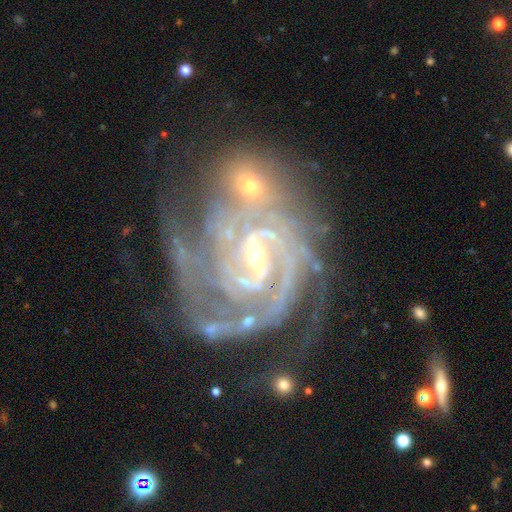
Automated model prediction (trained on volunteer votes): Morphology: type=featured or disk (91%); edge-on=no (98%); bar=weak (45%); spiral arms=yes (98%); winding=tight (71%); arm count=3 (29%); bulge=small (62%); merging=none (44%).